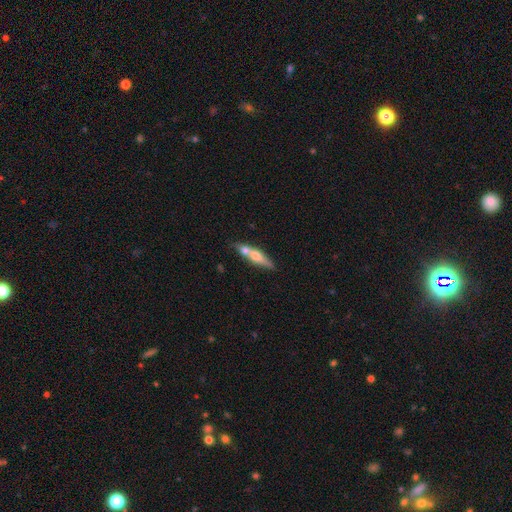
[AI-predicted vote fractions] The model was most divided on "smooth or featured": smooth: 48%, featured or disk: 45%, star or artifact: 7%. Remaining: merging — none (47%).